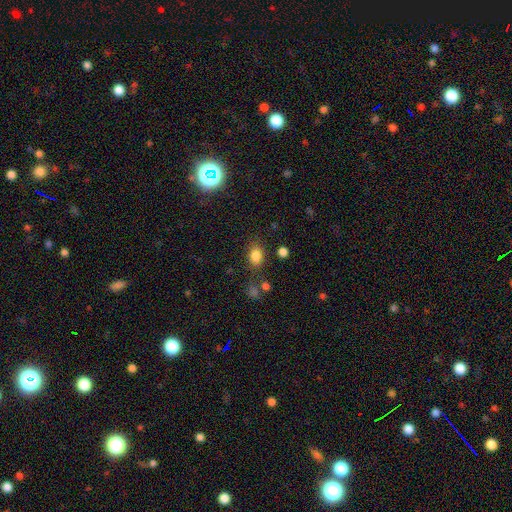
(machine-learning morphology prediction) Smooth or featured? smooth (83%)
How rounded? in between (67%)
Merging? none (76%)